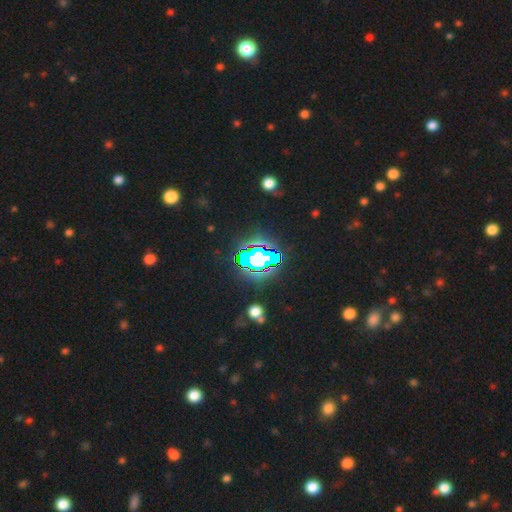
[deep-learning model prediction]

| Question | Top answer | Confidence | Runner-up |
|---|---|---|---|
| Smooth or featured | star or artifact | 73% | smooth (15%) |